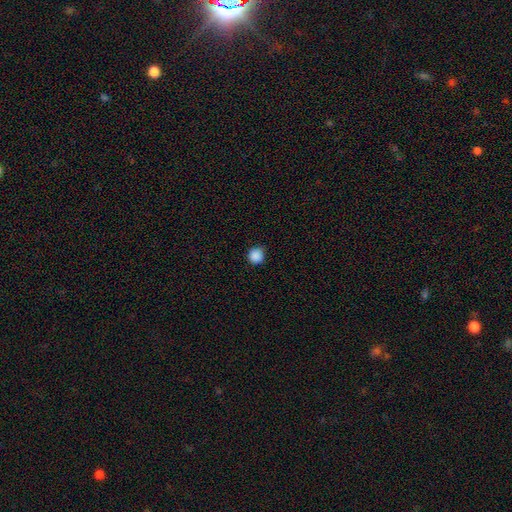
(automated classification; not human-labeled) Overall: smooth (88%). How rounded: round (93%). Merging: none (86%).